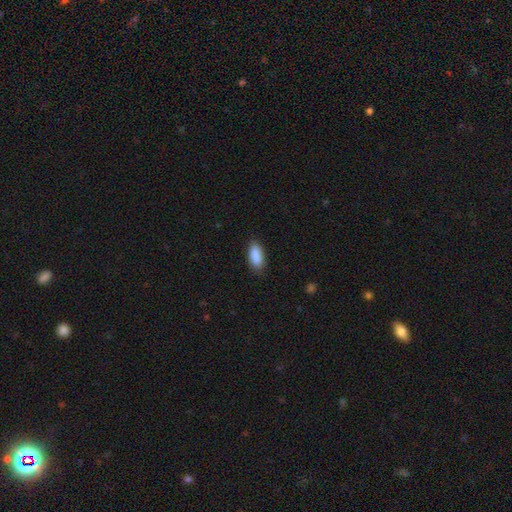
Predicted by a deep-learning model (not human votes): smooth-or-featured: smooth: 89% | star or artifact: 7% | featured or disk: 4%
  how-rounded: in between: 86% | cigar-shaped: 12% | round: 2%
  merging: none: 82% | minor disturbance: 14% | major disturbance: 3% | merger: 1%